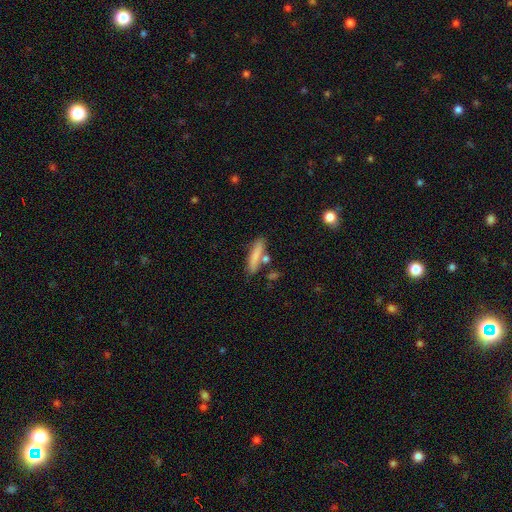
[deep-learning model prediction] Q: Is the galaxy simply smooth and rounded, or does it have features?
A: smooth — 80%.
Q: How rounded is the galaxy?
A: cigar-shaped — 75%.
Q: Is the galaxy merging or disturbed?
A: none — 69%.